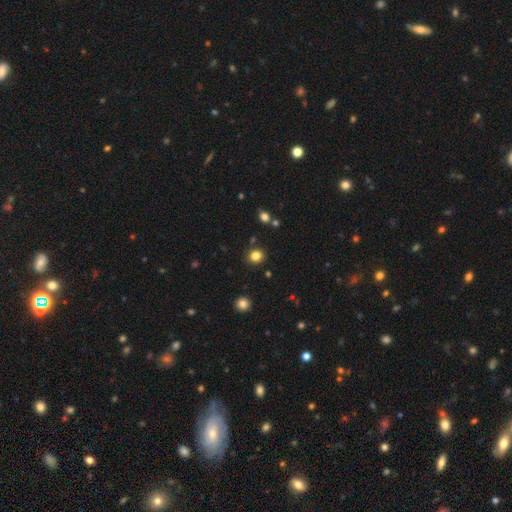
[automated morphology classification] This is clearly a smooth galaxy (82%). How rounded: clearly round (83%). Merging: clearly none (89%).